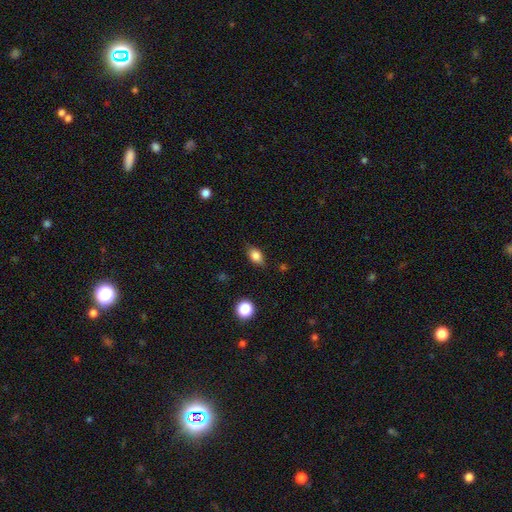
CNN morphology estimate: Smooth or featured: smooth — 80% (featured or disk — 10%)
How rounded: in between — 78% (round — 18%)
Merging: none — 78% (minor disturbance — 17%)